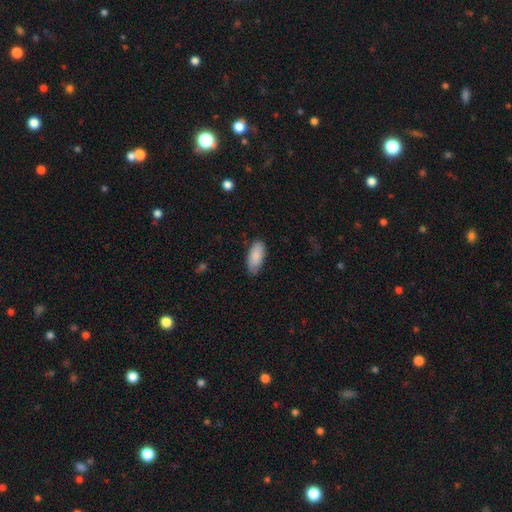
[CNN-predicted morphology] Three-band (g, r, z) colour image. It shows a smooth galaxy with no disk features (88%) that is in between round and cigar-shaped (89%). Merging: none (81%).